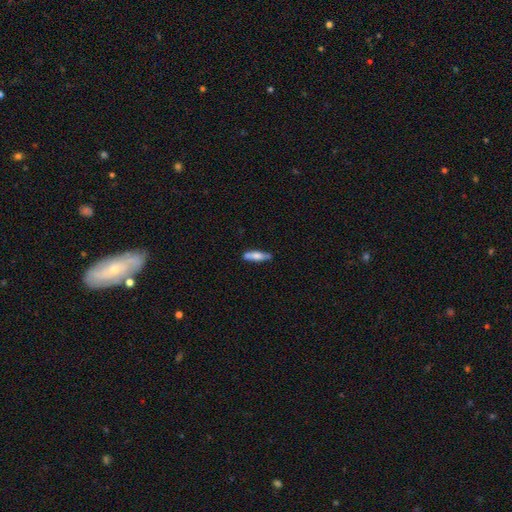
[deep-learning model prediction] Smooth or featured?
  - smooth: 70% *
  - featured or disk: 24%
  - star or artifact: 6%
How rounded?
  - cigar-shaped: 67% *
  - in between: 31%
  - round: 2%
Merging?
  - none: 80% *
  - minor disturbance: 15%
  - major disturbance: 3%
  - merger: 2%